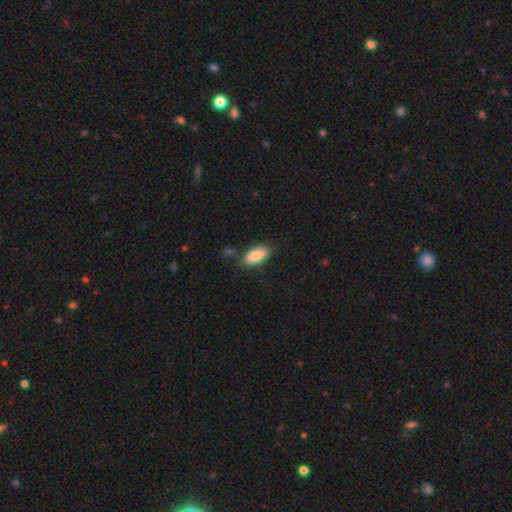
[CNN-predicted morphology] Overall: smooth (84%). How rounded: in between (85%). Merging: none (79%).